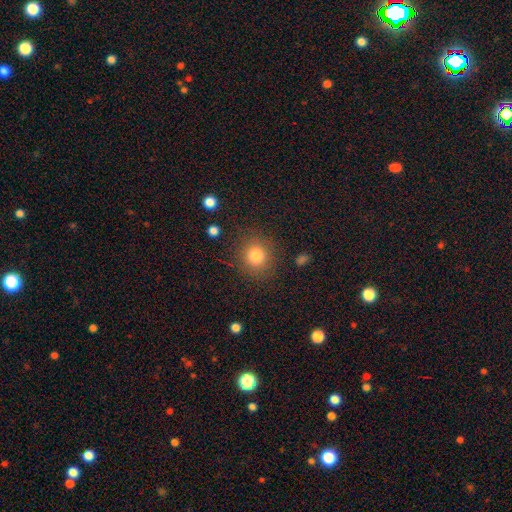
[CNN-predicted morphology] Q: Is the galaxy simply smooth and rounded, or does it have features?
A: smooth — 80%.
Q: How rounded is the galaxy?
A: round — 85%.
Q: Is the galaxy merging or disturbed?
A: none — 86%.